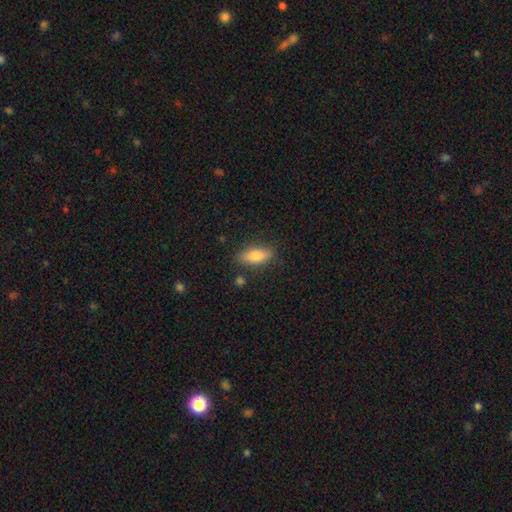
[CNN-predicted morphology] type=smooth (81%); roundness=in between (75%); merging=none (83%).